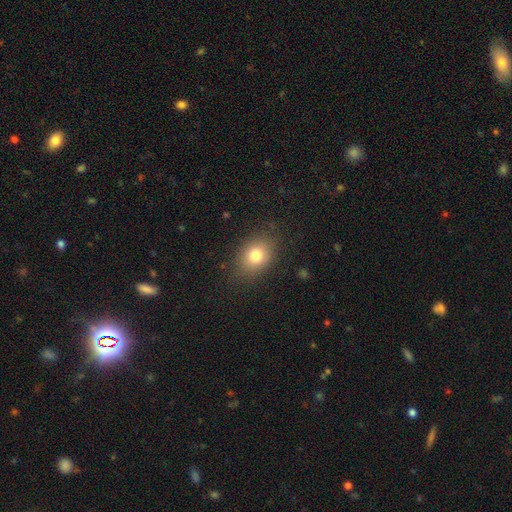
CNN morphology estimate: Q: Smooth or featured?
A: smooth (78%); runner-up: star or artifact (12%)
Q: How rounded?
A: in between (59%); runner-up: round (40%)
Q: Merging?
A: none (83%); runner-up: minor disturbance (11%)